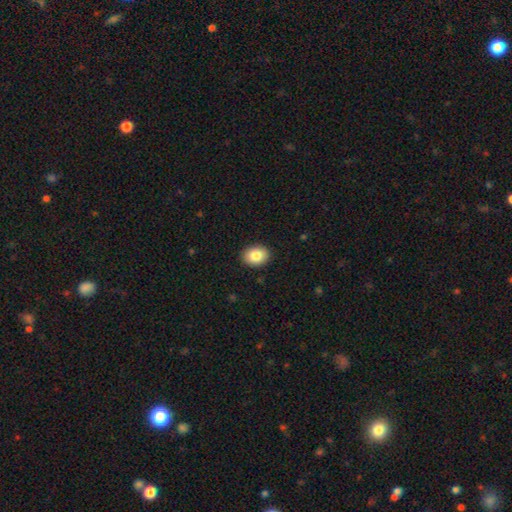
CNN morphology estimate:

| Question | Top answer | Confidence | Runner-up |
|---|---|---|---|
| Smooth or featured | smooth | 85% | star or artifact (8%) |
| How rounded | in between | 63% | round (36%) |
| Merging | none | 91% | minor disturbance (7%) |